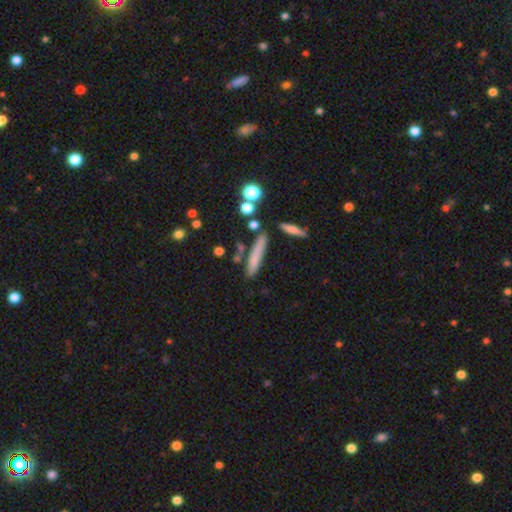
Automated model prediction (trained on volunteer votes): Morphology: type=smooth (70%); roundness=cigar-shaped (87%); merging=none (74%).